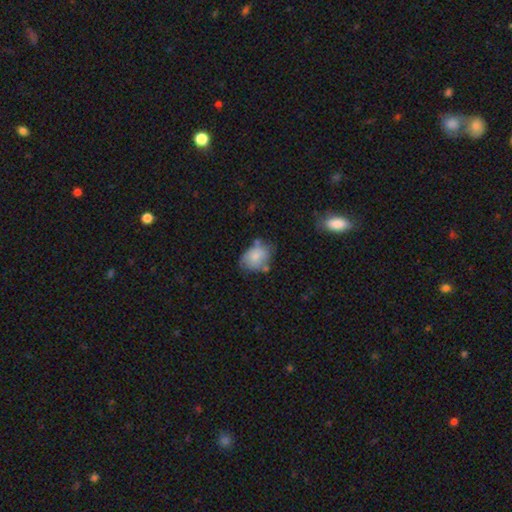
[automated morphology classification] Smooth or featured? Predicted: smooth (p=0.74). How rounded? Predicted: in between (p=0.67). Merging? Predicted: none (p=0.49).